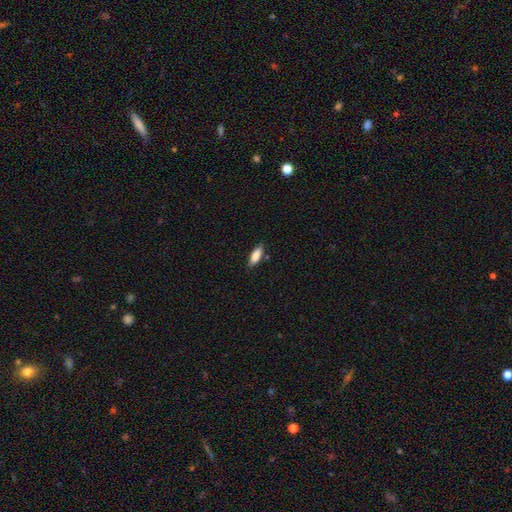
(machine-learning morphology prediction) Smooth or featured?
  - smooth: 85% *
  - featured or disk: 8%
  - star or artifact: 6%
How rounded?
  - in between: 70% *
  - cigar-shaped: 28%
  - round: 2%
Merging?
  - none: 82% *
  - minor disturbance: 14%
  - major disturbance: 2%
  - merger: 2%